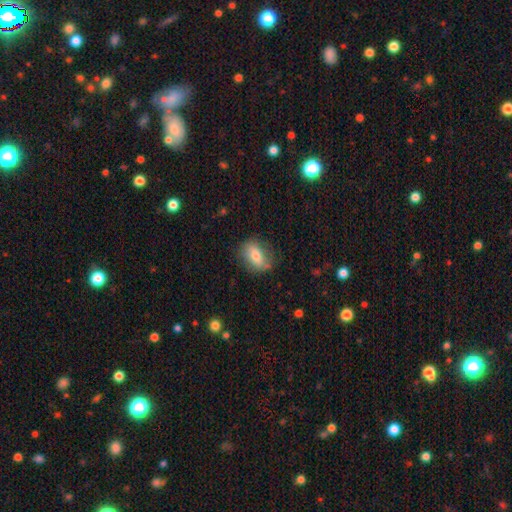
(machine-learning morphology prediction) A smooth galaxy with no disk features (67%) that is in between round and cigar-shaped (78%).

Vote fractions:
- Smooth or featured? smooth: 67% / featured or disk: 26% / star or artifact: 8%
- How rounded? in between: 78% / round: 17% / cigar-shaped: 5%
- Merging? none: 74% / minor disturbance: 19% / major disturbance: 6% / merger: 1%